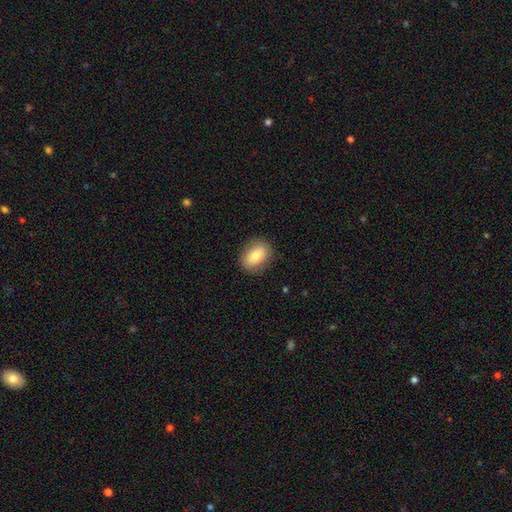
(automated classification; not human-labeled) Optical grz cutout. It shows a smooth galaxy with no disk features (79%) that is in between round and cigar-shaped (70%). Merging: none (85%).